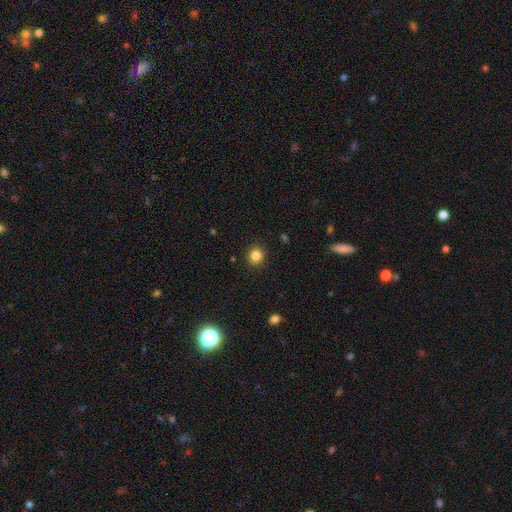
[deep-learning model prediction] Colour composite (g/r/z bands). It shows a smooth galaxy with no disk features (85%) that is round (87%). Merging: none (91%).